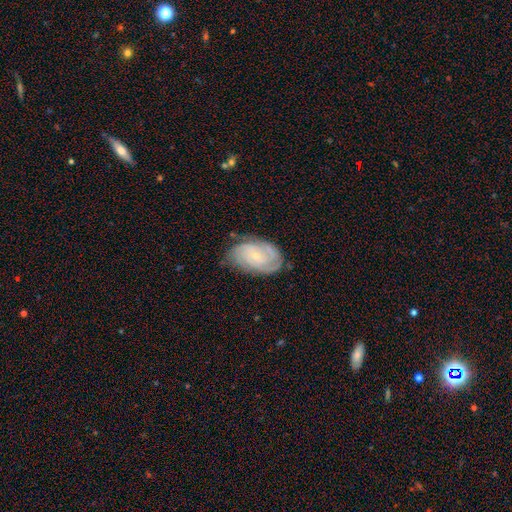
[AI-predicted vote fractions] Smooth or featured: featured or disk — 78% (smooth — 16%)
Edge-on disk: no — 97% (yes — 3%)
Bar: no — 68% (weak — 27%)
Spiral arms: yes — 94% (no — 6%)
Spiral winding: tight — 67% (medium — 27%)
Spiral arm count: 2 — 32% (tied with can't tell — 32%)
Bulge size: small — 77% (moderate — 17%)
Merging: none — 69% (minor disturbance — 23%)